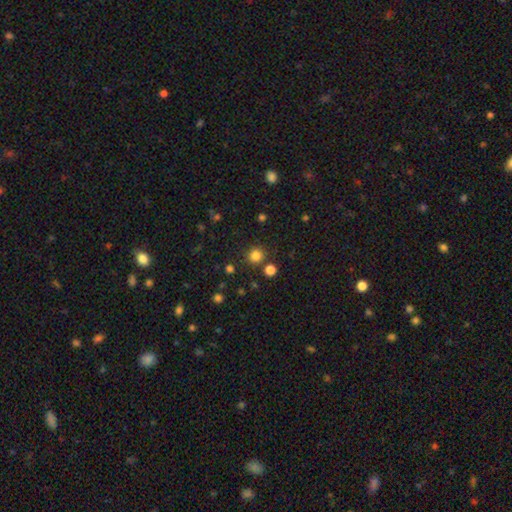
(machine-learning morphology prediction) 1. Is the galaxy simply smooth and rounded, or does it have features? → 80% smooth, 15% star or artifact, 4% featured or disk.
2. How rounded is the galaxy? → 93% round, 6% in between, 1% cigar-shaped.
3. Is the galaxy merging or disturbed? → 84% none, 7% minor disturbance, 6% merger, 3% major disturbance.